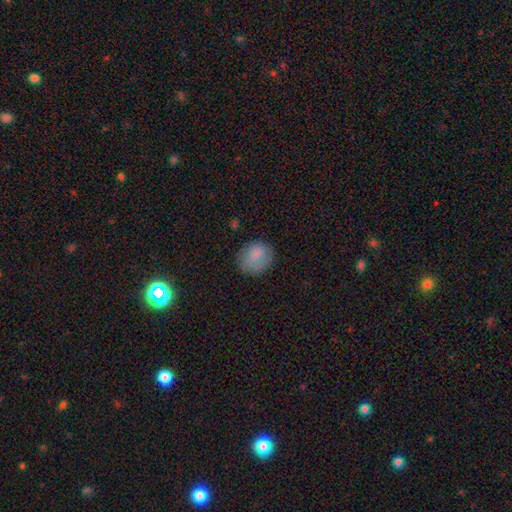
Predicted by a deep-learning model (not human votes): Smooth or featured?
  - smooth: 82% *
  - featured or disk: 10%
  - star or artifact: 8%
How rounded?
  - round: 70% *
  - in between: 29%
  - cigar-shaped: 1%
Merging?
  - none: 76% *
  - minor disturbance: 17%
  - major disturbance: 5%
  - merger: 1%